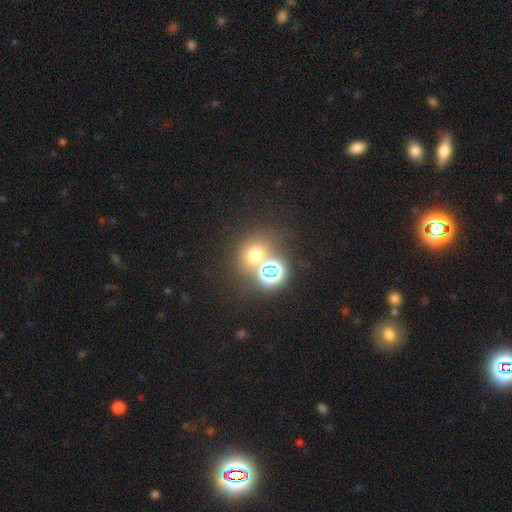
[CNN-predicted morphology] This appears to be a smooth galaxy with no disk features (54%) that is round (79%). Merging: none (60%).